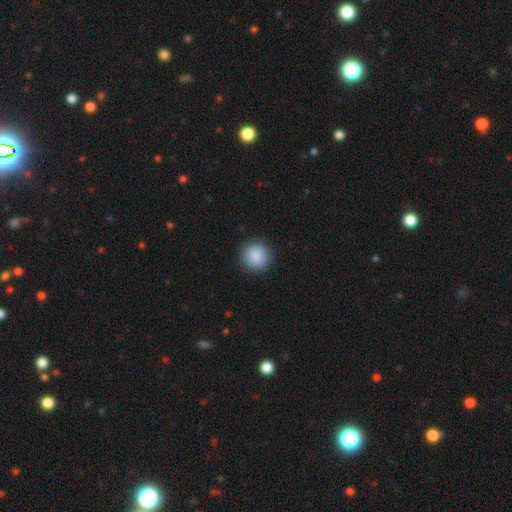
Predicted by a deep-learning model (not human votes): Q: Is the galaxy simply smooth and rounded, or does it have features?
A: smooth — 88%.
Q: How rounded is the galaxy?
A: round — 95%.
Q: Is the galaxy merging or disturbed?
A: none — 91%.